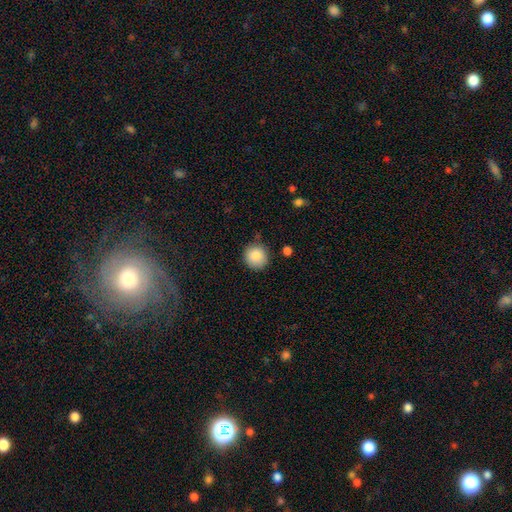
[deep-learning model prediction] This appears to be a smooth galaxy with no disk features (87%) that is round (93%). Merging: none (84%).